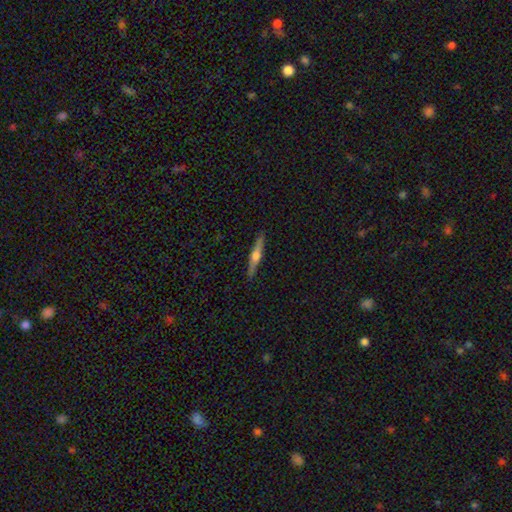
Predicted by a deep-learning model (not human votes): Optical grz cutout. It shows a featured or disk galaxy (60%) viewed edge-on (97%) with a rounded central bulge (87%). Merging: none (89%).